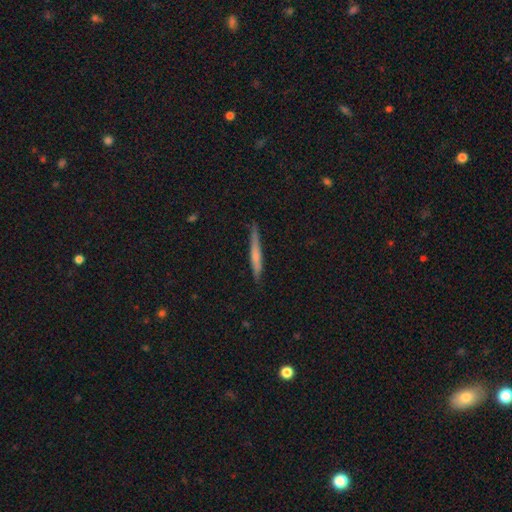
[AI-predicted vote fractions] Overall: smooth (55%; featured or disk 38%). How rounded: cigar-shaped (96%). Merging: none (85%).